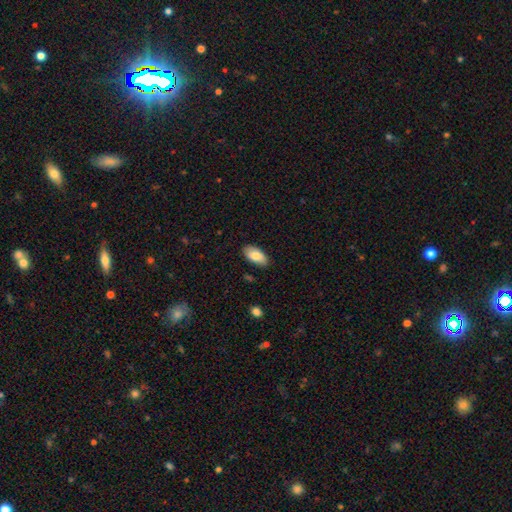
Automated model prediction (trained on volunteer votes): Q: Smooth or featured?
A: smooth (82%); runner-up: featured or disk (11%)
Q: How rounded?
A: in between (94%); runner-up: cigar-shaped (3%)
Q: Merging?
A: none (83%); runner-up: minor disturbance (13%)